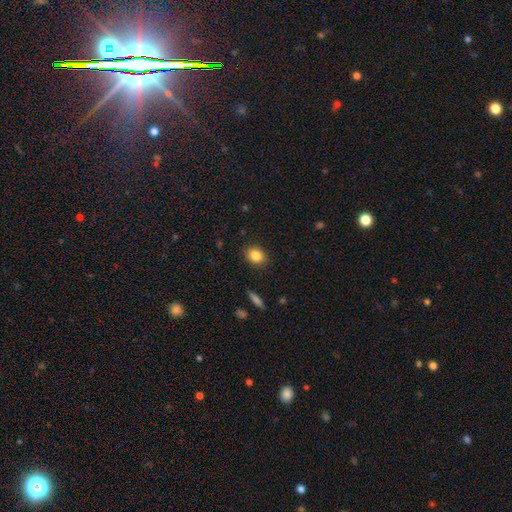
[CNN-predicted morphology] smooth 84%, star or artifact 9%, featured or disk 7%. Down the decision tree: how rounded — in between (58%); merging — none (88%).